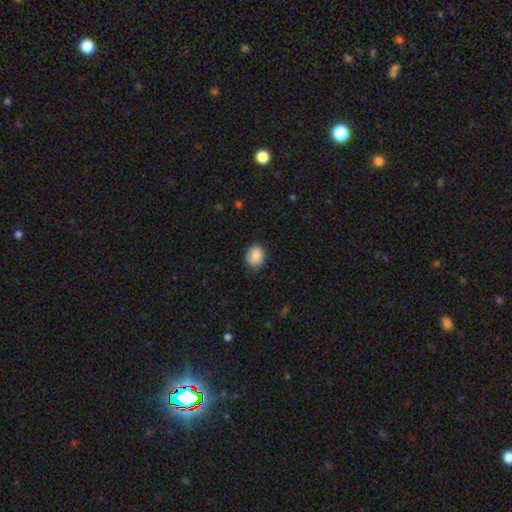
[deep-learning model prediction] Smooth or featured? smooth (89%)
How rounded? in between (53%)
Merging? none (85%)